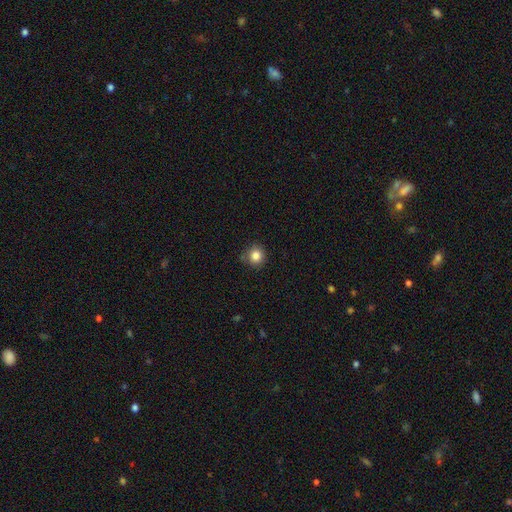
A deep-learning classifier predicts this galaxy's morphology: Smooth or featured: smooth — 83% (star or artifact — 11%)
How rounded: round — 91% (in between — 8%)
Merging: none — 82% (minor disturbance — 12%)